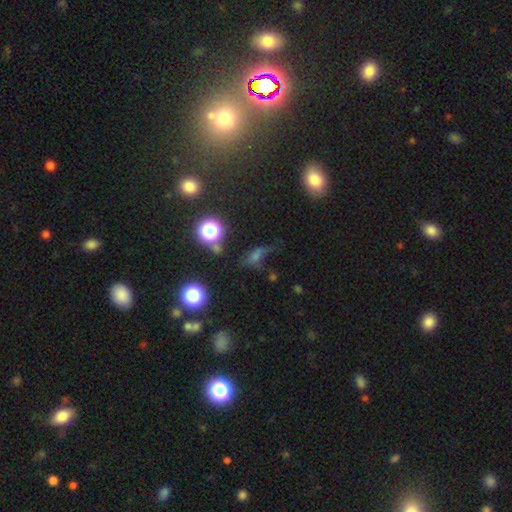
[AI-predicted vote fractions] smooth 48%, star or artifact 35%, featured or disk 17%. Down the decision tree: merging — none (52%).